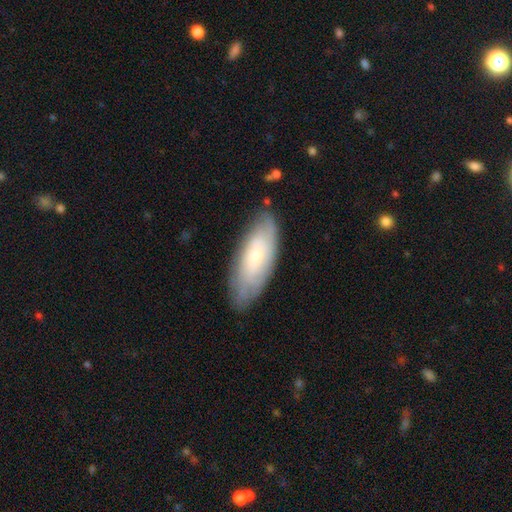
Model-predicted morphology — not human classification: Smooth or featured? featured or disk (49%)
Merging? none (76%)